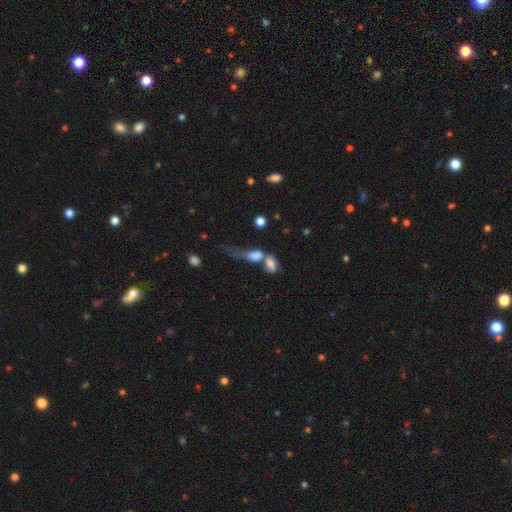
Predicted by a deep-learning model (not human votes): A smooth galaxy with no disk features (70%) that is in between round and cigar-shaped (72%). Merging: merger (58%).